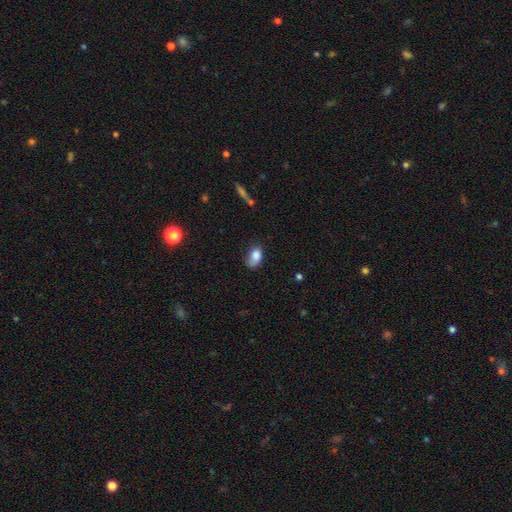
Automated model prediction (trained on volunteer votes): Q: Smooth or featured?
A: smooth (80%); runner-up: featured or disk (11%)
Q: How rounded?
A: in between (86%); runner-up: round (12%)
Q: Merging?
A: none (48%); runner-up: minor disturbance (35%)